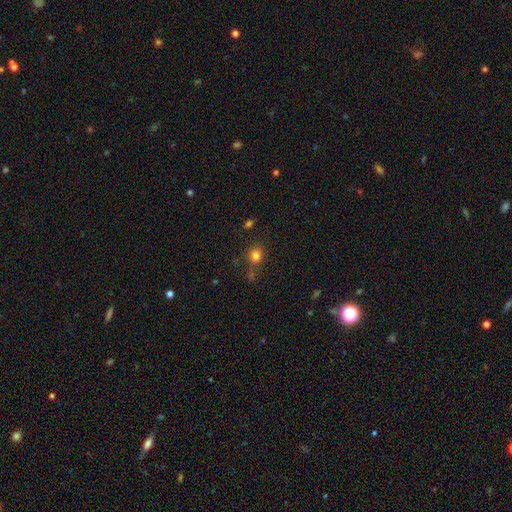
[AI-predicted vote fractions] This is likely a smooth galaxy (79%). How rounded: clearly round (84%). Merging: likely none (73%).